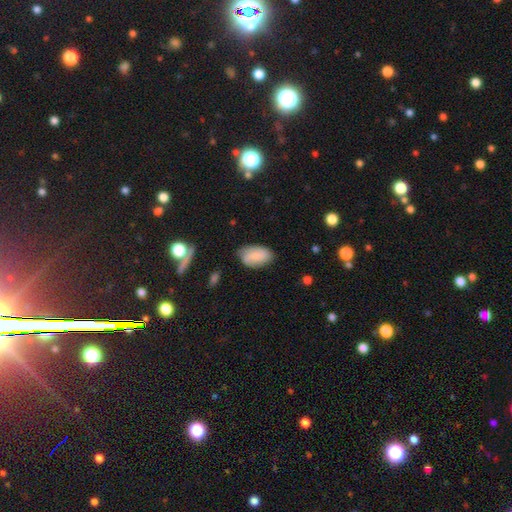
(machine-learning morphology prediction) Smooth or featured? Predicted: smooth (p=0.76). How rounded? Predicted: in between (p=0.93). Merging? Predicted: none (p=0.71).